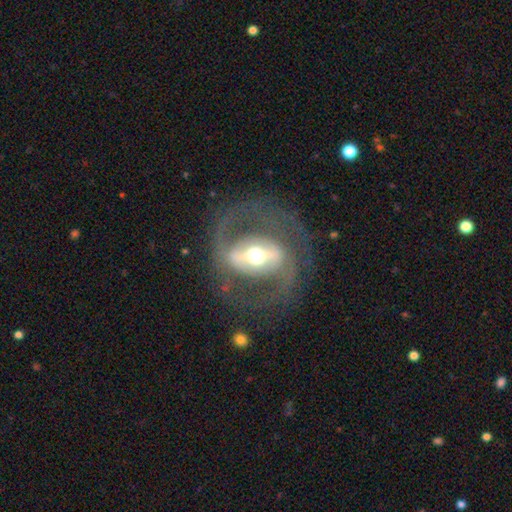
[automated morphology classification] Smooth or featured: featured or disk — 83% (smooth — 12%)
Edge-on disk: no — 92% (yes — 8%)
Bar: strong — 66% (weak — 22%)
Spiral arms: yes — 67% (no — 33%)
Spiral winding: medium — 48% (tight — 28%)
Spiral arm count: 2 — 84% (can't tell — 9%)
Bulge size: moderate — 65% (large — 21%)
Merging: none — 71% (major disturbance — 15%)